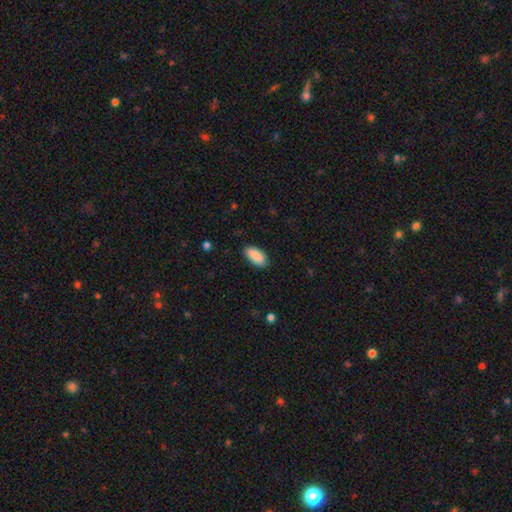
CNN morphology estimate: Smooth or featured? smooth (90%)
How rounded? in between (92%)
Merging? none (87%)